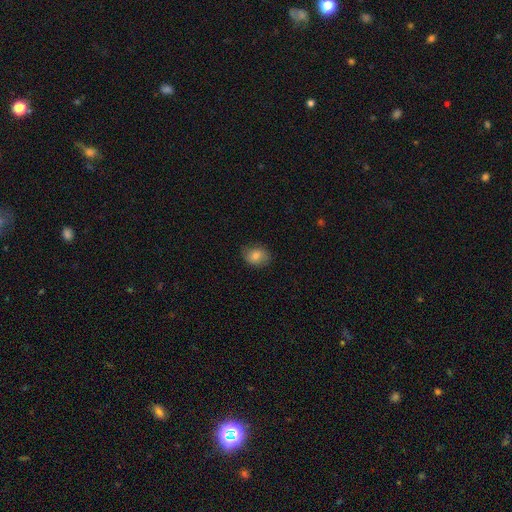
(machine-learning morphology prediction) Smooth or featured? smooth (73%)
How rounded? in between (55%)
Merging? none (77%)